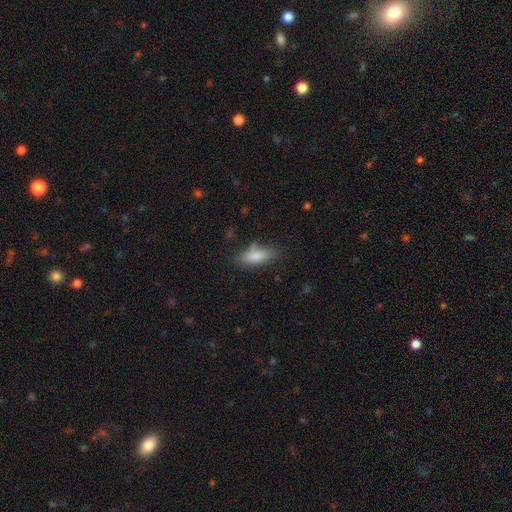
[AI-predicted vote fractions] Morphology: type=smooth (81%); roundness=in between (71%); merging=none (67%).